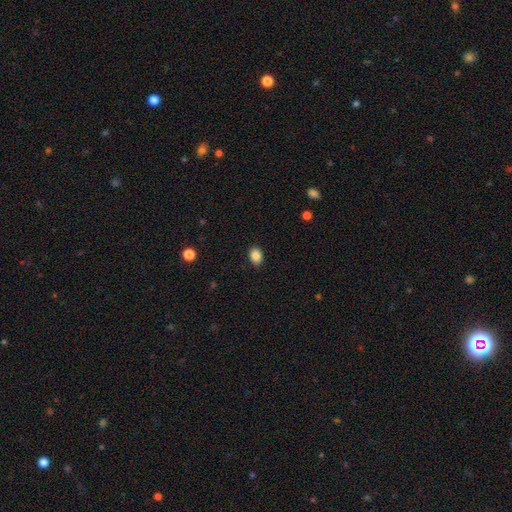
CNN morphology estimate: This appears to be a smooth galaxy with no disk features (86%) that is in between round and cigar-shaped (69%). Merging: none (89%).